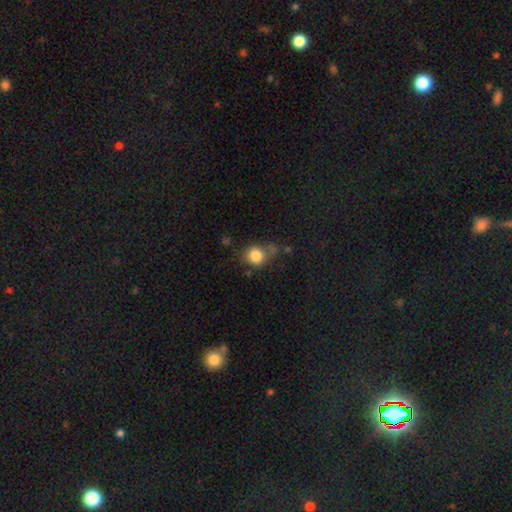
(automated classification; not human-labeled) The model was most divided on "merging": none: 59%, minor disturbance: 21%, merger: 11%, major disturbance: 9%. More confident: smooth or featured — smooth (82%); how rounded — round (78%).